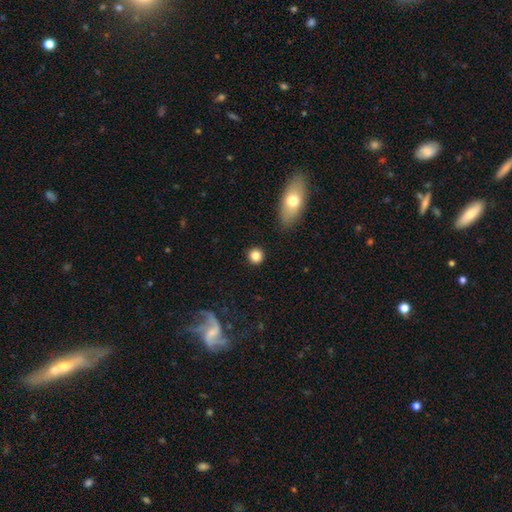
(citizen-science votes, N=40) smooth_or_featured: smooth (p=0.88) [alt: featured or disk p=0.07]
how_rounded: round (p=0.94) [alt: cigar-shaped p=0.06]
merging: none (p=0.82) [alt: minor disturbance p=0.16]